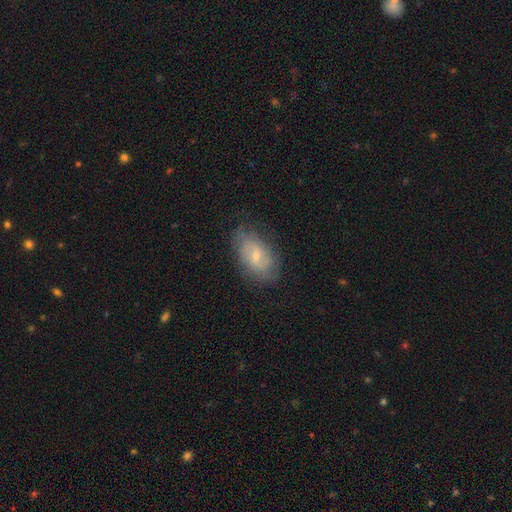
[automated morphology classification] A featured or disk galaxy (57%) with no bar (47%), spiral arms (77%) and a small central bulge (61%). Merging: none (73%).